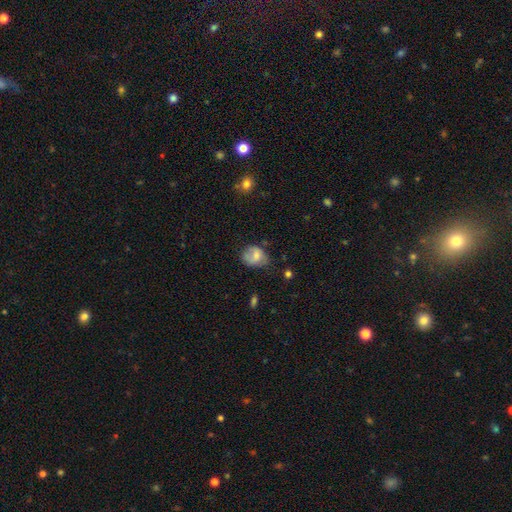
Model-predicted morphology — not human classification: This appears to be a smooth galaxy with no disk features (66%) that is in between round and cigar-shaped (53%). Merging: none (46%).